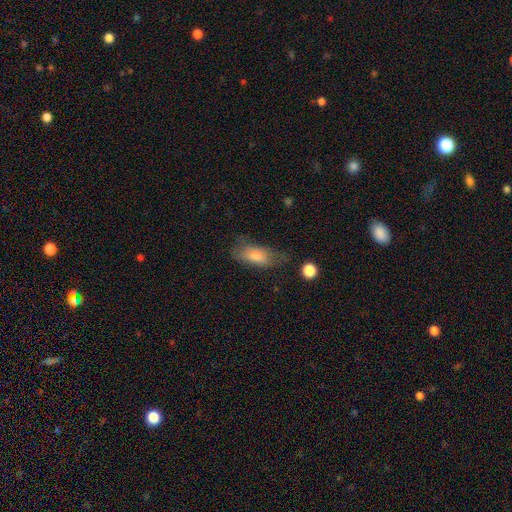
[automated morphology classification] This appears to be a smooth galaxy with no disk features (72%) that is in between round and cigar-shaped (77%). Merging: none (51%).